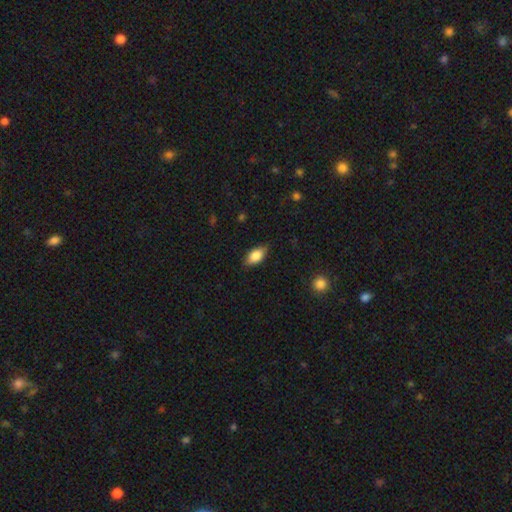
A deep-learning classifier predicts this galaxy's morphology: Overall: smooth (83%). How rounded: in between (89%). Merging: none (82%).